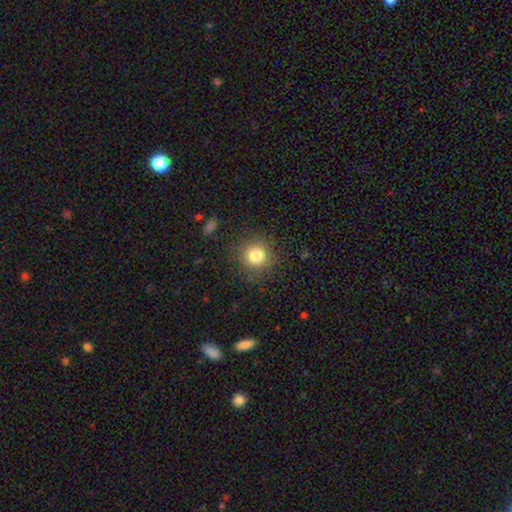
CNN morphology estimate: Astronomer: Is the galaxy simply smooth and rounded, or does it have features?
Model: smooth — 82%.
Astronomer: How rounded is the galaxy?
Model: round — 92%.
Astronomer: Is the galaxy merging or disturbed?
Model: none — 87%.